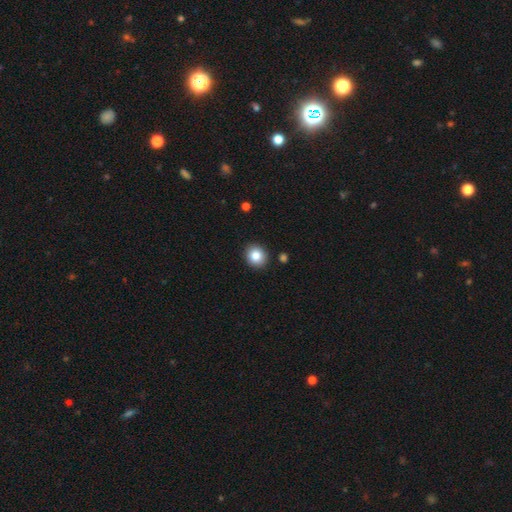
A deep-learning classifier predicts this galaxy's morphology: smooth_or_featured: smooth (p=0.85) [alt: star or artifact p=0.09]
how_rounded: round (p=0.81) [alt: in between p=0.19]
merging: none (p=0.90) [alt: minor disturbance p=0.07]